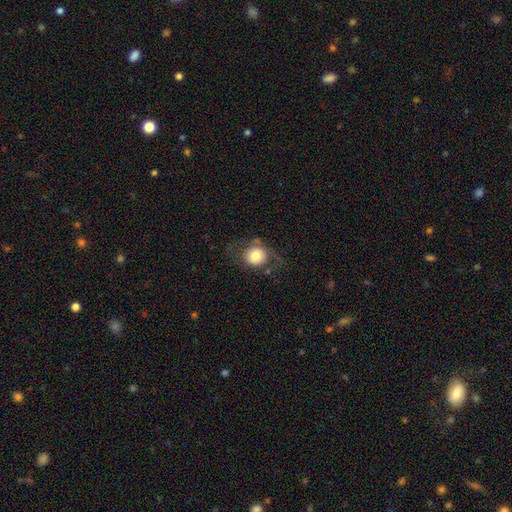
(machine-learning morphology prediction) Q: Smooth or featured?
A: smooth (68%); runner-up: featured or disk (24%)
Q: How rounded?
A: round (74%); runner-up: in between (25%)
Q: Merging?
A: none (58%); runner-up: minor disturbance (21%)